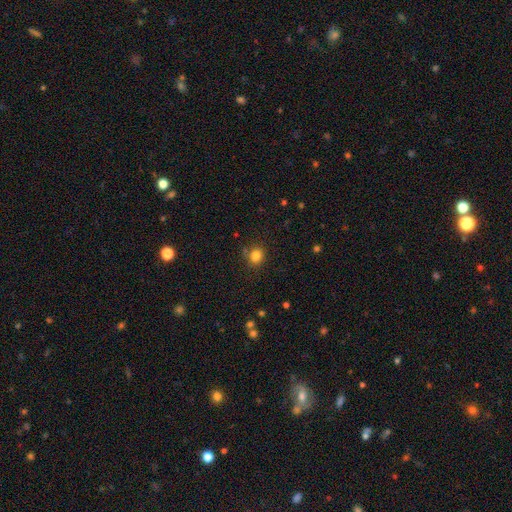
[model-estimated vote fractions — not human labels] The model was most divided on "how rounded": round: 75%, in between: 24%, cigar-shaped: 1%. More confident: smooth or featured — smooth (82%); merging — none (81%).